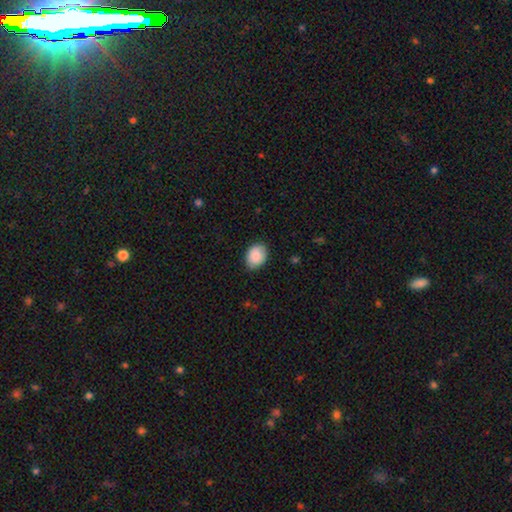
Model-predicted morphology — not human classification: A smooth galaxy with no disk features (89%) that is in between round and cigar-shaped (67%). Merging: none (82%).